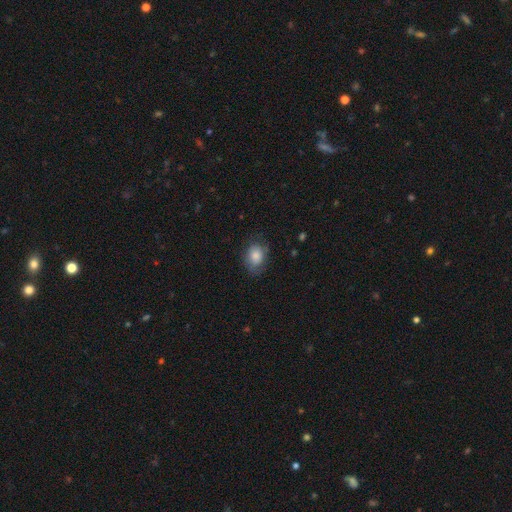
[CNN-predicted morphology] Overall: smooth (79%). How rounded: in between (67%; round 32%). Merging: none (69%).